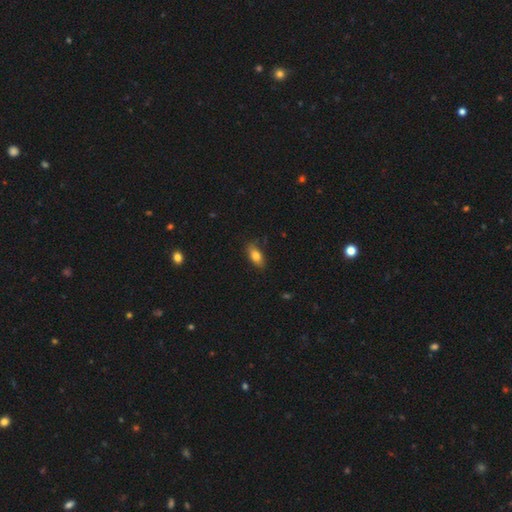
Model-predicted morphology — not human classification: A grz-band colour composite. It shows a smooth galaxy with no disk features (78%) that is in between round and cigar-shaped (84%). Merging: none (82%).